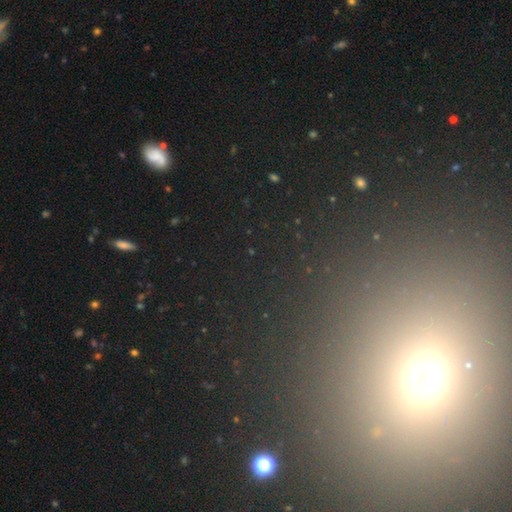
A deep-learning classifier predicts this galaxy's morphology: Smooth or featured? star or artifact (55%)